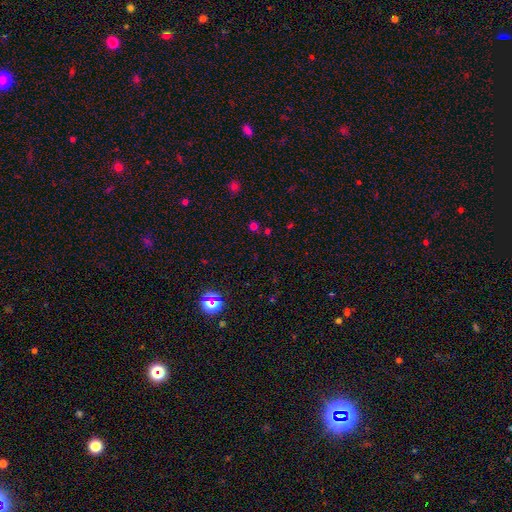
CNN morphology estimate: Smooth or featured?
  - star or artifact: 60% *
  - smooth: 33%
  - featured or disk: 7%